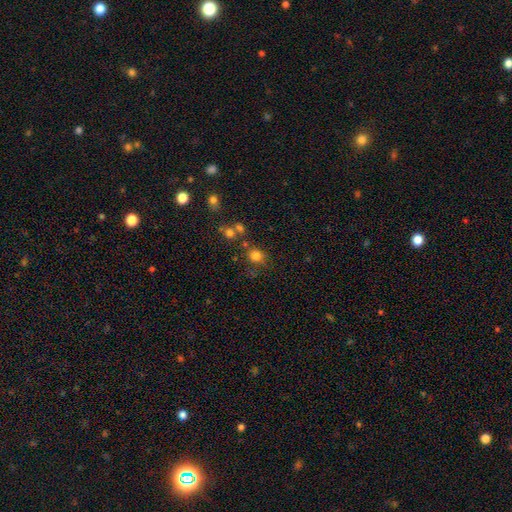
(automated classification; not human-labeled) Smooth or featured?
  - smooth: 79% *
  - star or artifact: 15%
  - featured or disk: 6%
How rounded?
  - round: 83% *
  - in between: 16%
  - cigar-shaped: 1%
Merging?
  - none: 70% *
  - minor disturbance: 13%
  - merger: 11%
  - major disturbance: 6%